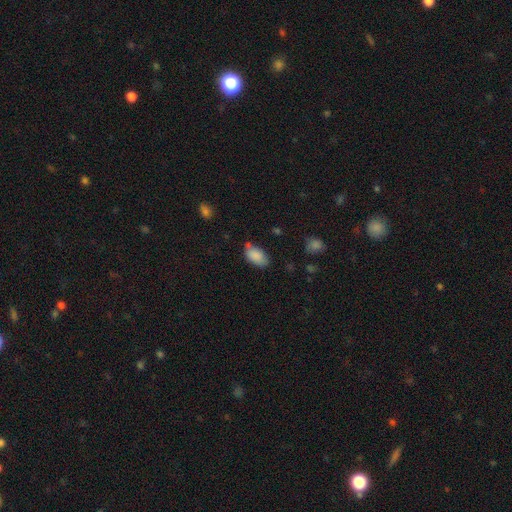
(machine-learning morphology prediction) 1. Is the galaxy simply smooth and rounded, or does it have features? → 86% smooth, 7% star or artifact, 7% featured or disk.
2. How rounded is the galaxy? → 93% in between, 4% round, 2% cigar-shaped.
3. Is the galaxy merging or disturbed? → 62% none, 27% minor disturbance, 6% major disturbance, 6% merger.